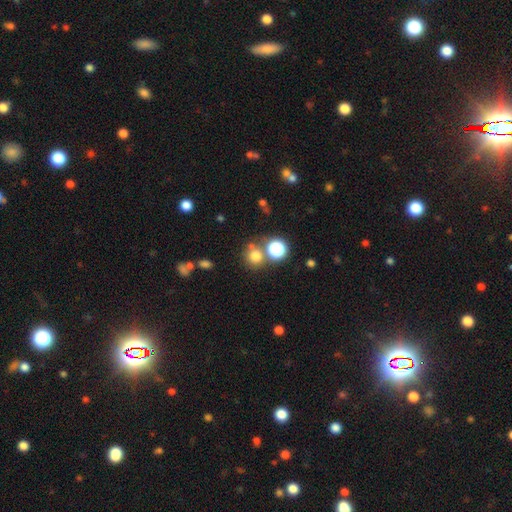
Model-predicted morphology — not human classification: Smooth or featured?
  - smooth: 72% *
  - star or artifact: 20%
  - featured or disk: 8%
How rounded?
  - round: 89% *
  - in between: 10%
  - cigar-shaped: 1%
Merging?
  - none: 68% *
  - merger: 18%
  - minor disturbance: 10%
  - major disturbance: 4%